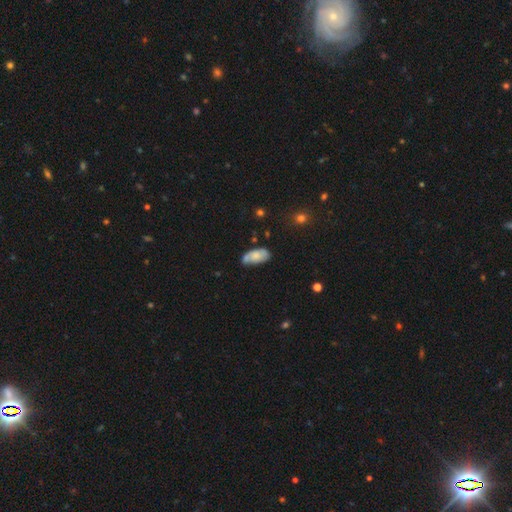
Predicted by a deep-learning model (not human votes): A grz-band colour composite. It shows a smooth galaxy with no disk features (62%) that is in between round and cigar-shaped (91%). Merging: none (49%).